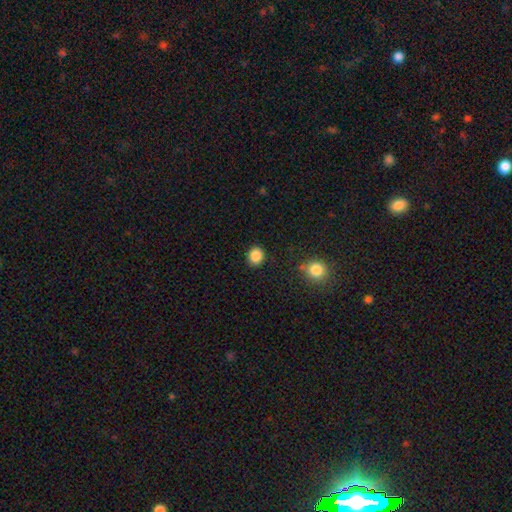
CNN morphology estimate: smooth_or_featured: smooth (p=0.87) [alt: star or artifact p=0.10]
how_rounded: round (p=0.76) [alt: in between p=0.23]
merging: none (p=0.89) [alt: minor disturbance p=0.07]